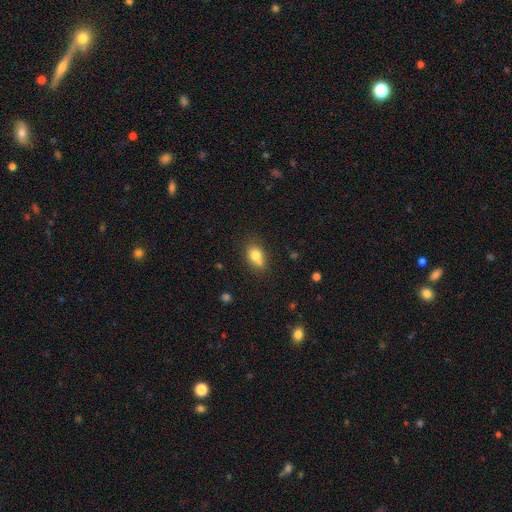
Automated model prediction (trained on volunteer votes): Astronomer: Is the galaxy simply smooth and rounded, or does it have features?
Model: smooth — 77%.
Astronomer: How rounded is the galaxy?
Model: in between — 64%.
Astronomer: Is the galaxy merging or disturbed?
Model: none — 54%.